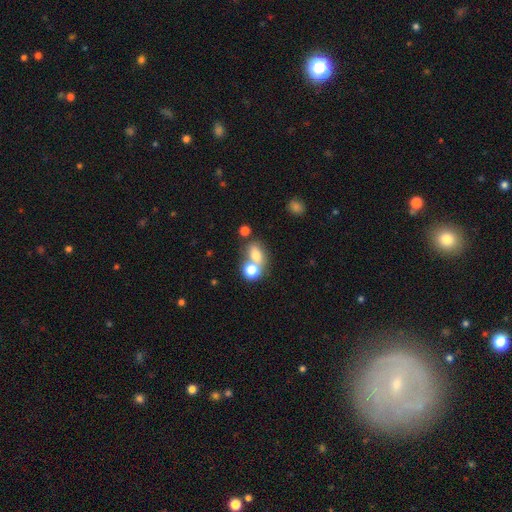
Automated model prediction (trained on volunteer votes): The model was most divided on "merging": merger: 51%, none: 35%, minor disturbance: 9%, major disturbance: 5%. More confident: smooth or featured — smooth (71%); how rounded — in between (59%).